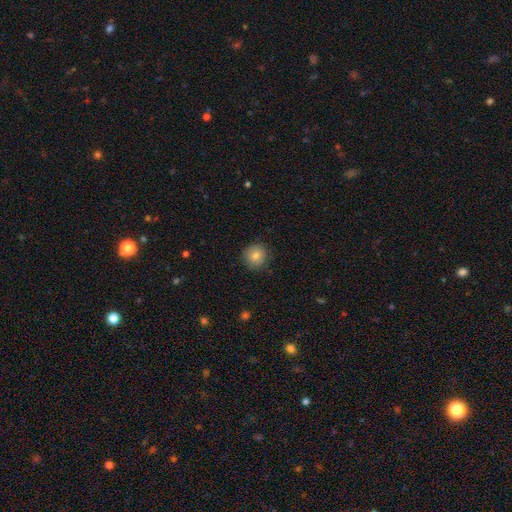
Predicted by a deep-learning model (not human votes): A smooth galaxy with no disk features (81%) that is round (92%).

Vote fractions:
- Smooth or featured? smooth: 81% / star or artifact: 10% / featured or disk: 9%
- How rounded? round: 92% / in between: 7% / cigar-shaped: 1%
- Merging? none: 88% / minor disturbance: 8% / major disturbance: 2% / merger: 1%